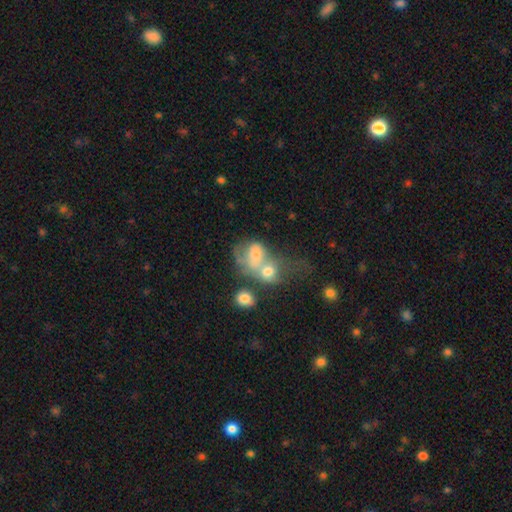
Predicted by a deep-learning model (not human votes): This appears to be a smooth galaxy with no disk features (50%) that is in between round and cigar-shaped (54%). Merging: merger (66%).